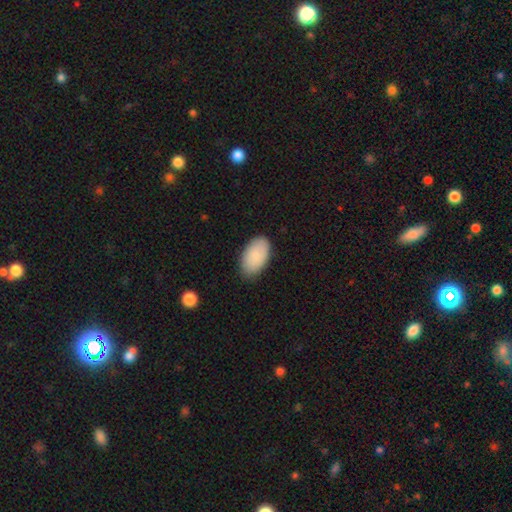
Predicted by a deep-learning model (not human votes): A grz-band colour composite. It shows a smooth galaxy with no disk features (87%) that is in between round and cigar-shaped (95%). Merging: none (82%).